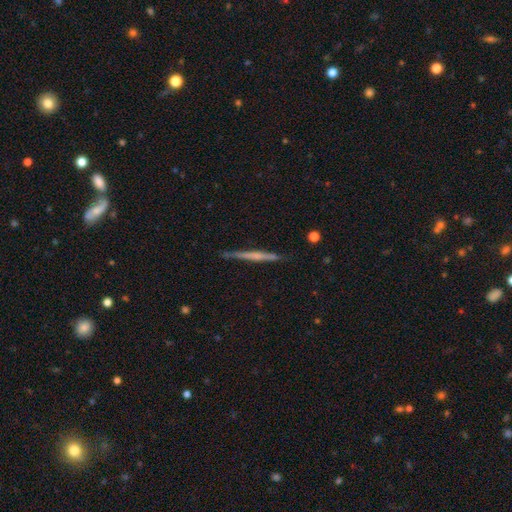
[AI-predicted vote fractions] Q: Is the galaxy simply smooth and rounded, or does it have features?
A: featured or disk — 62%.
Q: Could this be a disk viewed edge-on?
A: yes — 98%.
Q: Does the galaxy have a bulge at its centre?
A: none — 59%.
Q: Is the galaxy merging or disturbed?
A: none — 88%.